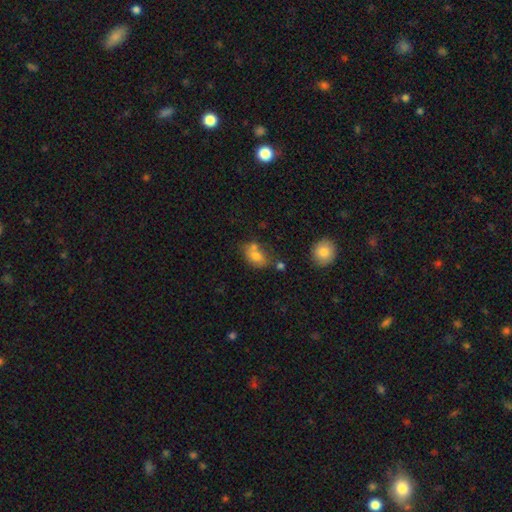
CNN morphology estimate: Q: Smooth or featured?
A: smooth (72%); runner-up: featured or disk (18%)
Q: How rounded?
A: in between (77%); runner-up: round (21%)
Q: Merging?
A: none (49%); runner-up: merger (28%)